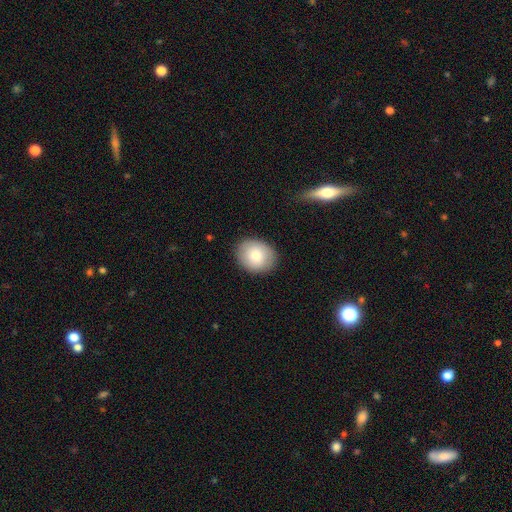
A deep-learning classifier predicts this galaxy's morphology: smooth-or-featured: smooth: 80% | featured or disk: 13% | star or artifact: 7%
  how-rounded: round: 60% | in between: 40% | cigar-shaped: 1%
  merging: none: 88% | minor disturbance: 9% | major disturbance: 2% | merger: 1%